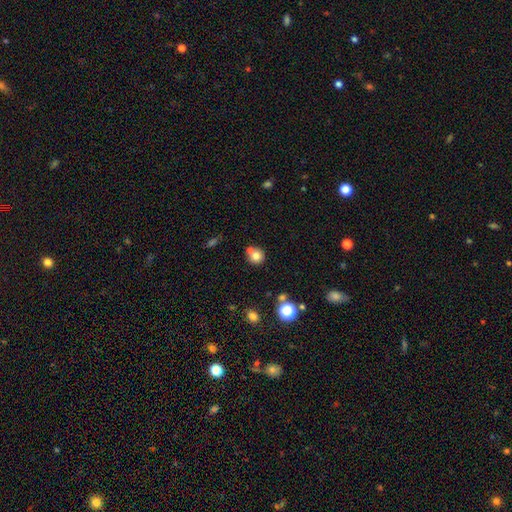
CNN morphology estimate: Smooth or featured: smooth — 76% (star or artifact — 12%)
How rounded: round — 89% (in between — 10%)
Merging: none — 57% (merger — 30%)